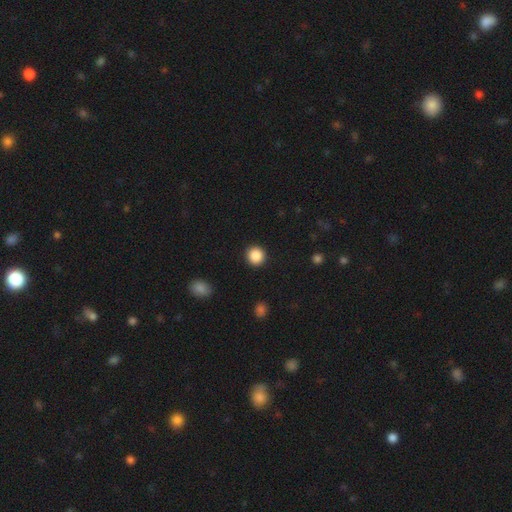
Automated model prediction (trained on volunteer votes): Morphology: type=smooth (88%); roundness=round (95%); merging=none (93%).